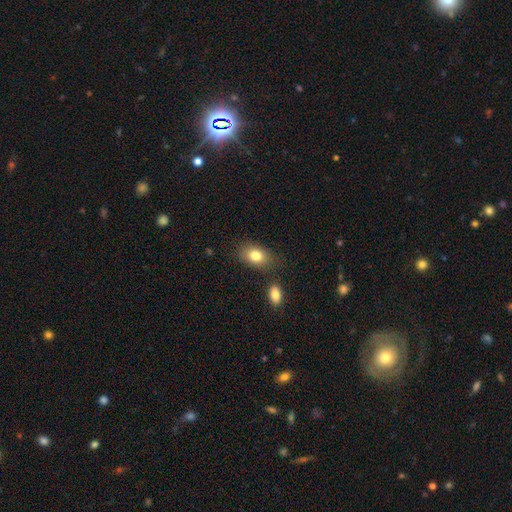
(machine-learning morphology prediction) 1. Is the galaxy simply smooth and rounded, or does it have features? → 81% smooth, 11% featured or disk, 8% star or artifact.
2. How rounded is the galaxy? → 84% in between, 15% round, 2% cigar-shaped.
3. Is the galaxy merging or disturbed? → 75% none, 15% minor disturbance, 7% merger, 4% major disturbance.